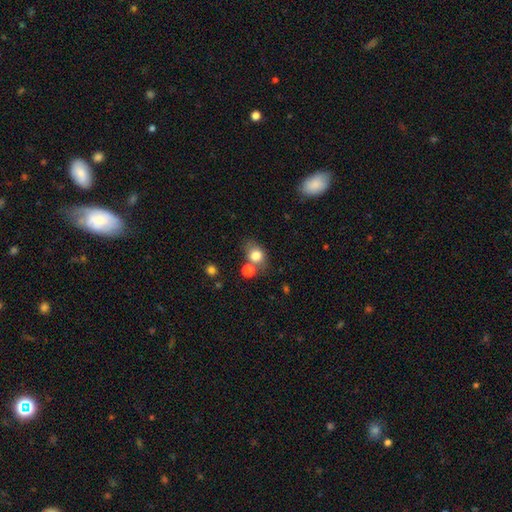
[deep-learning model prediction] A smooth galaxy with no disk features (79%) that is in between round and cigar-shaped (53%).

Vote fractions:
- Smooth or featured? smooth: 79% / star or artifact: 11% / featured or disk: 10%
- How rounded? in between: 53% / round: 45% / cigar-shaped: 2%
- Merging? none: 55% / merger: 22% / minor disturbance: 17% / major disturbance: 7%